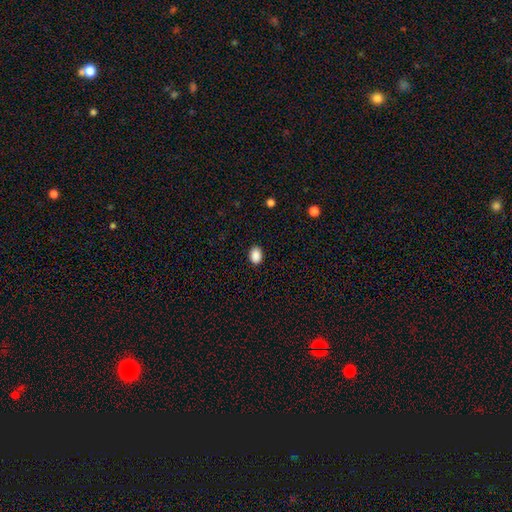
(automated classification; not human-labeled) smooth_or_featured: smooth (p=0.89) [alt: star or artifact p=0.08]
how_rounded: in between (p=0.71) [alt: round p=0.28]
merging: none (p=0.89) [alt: minor disturbance p=0.08]